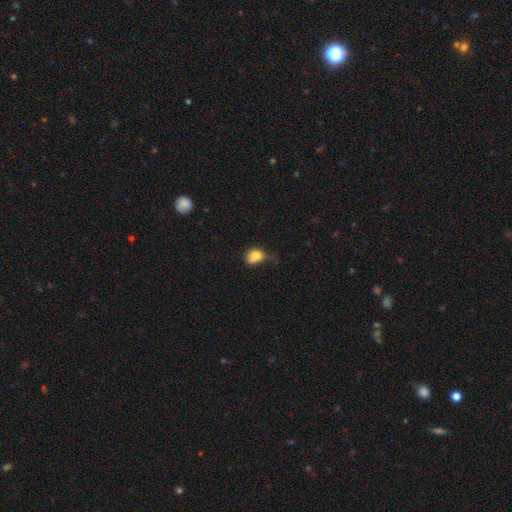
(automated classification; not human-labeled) smooth 77%, featured or disk 13%, star or artifact 10%. Down the decision tree: how rounded — in between (51%); merging — minor disturbance (32%).